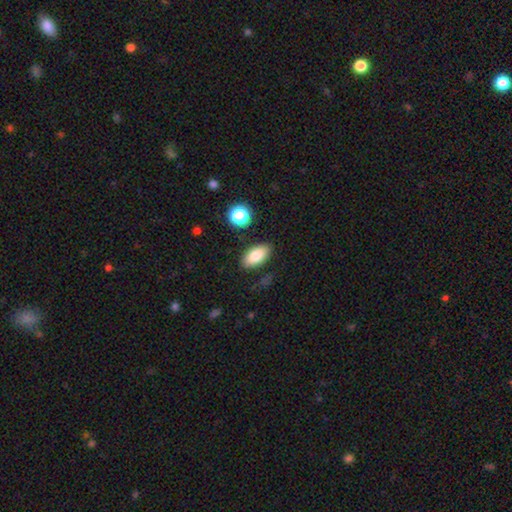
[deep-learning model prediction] smooth_or_featured: smooth (p=0.81) [alt: featured or disk p=0.11]
how_rounded: in between (p=0.91) [alt: cigar-shaped p=0.05]
merging: none (p=0.85) [alt: minor disturbance p=0.10]